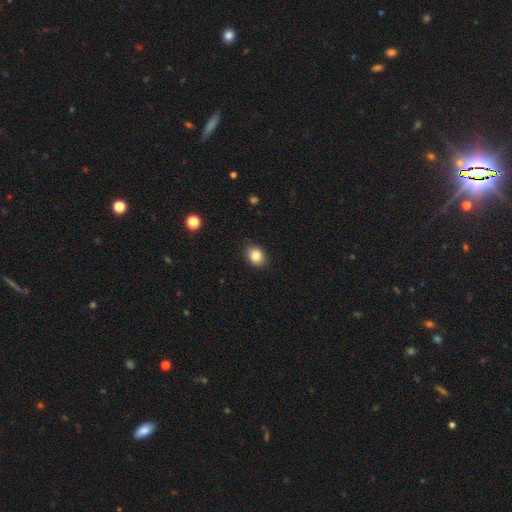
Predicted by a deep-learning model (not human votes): A smooth galaxy with no disk features (85%) that is in between round and cigar-shaped (51%). Merging: none (89%).